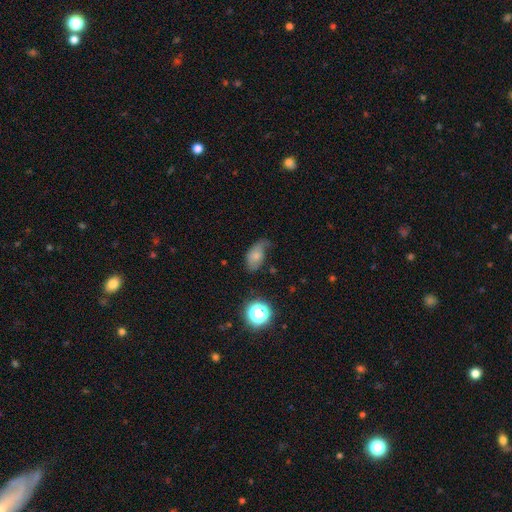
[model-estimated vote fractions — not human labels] A smooth galaxy with no disk features (62%) that is in between round and cigar-shaped (87%). Merging: none (39%).